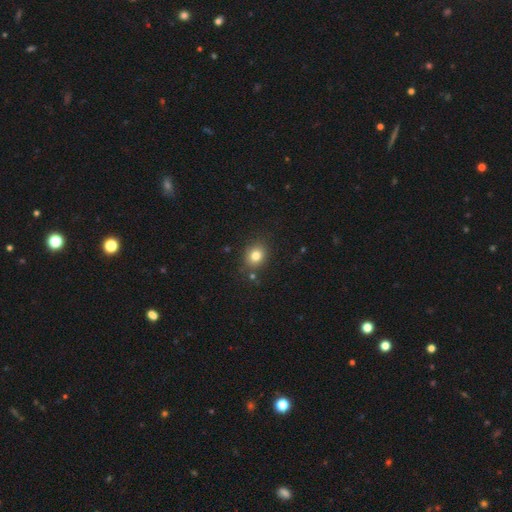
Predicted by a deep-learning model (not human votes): A smooth galaxy with no disk features (80%) that is round (64%). Merging: none (83%).